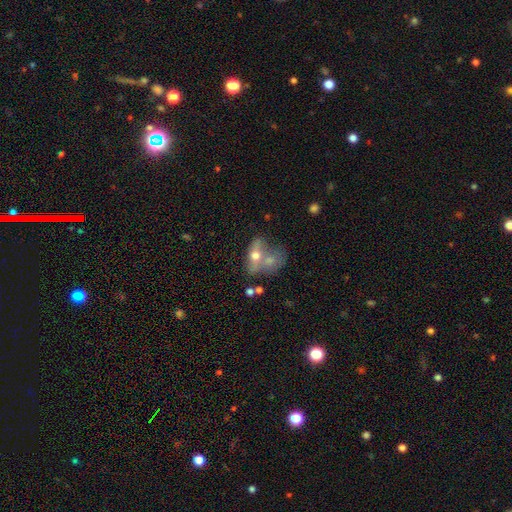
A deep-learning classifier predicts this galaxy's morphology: smooth-or-featured: smooth: 55% | featured or disk: 35% | star or artifact: 9%
  how-rounded: in between: 71% | round: 24% | cigar-shaped: 5%
  merging: merger: 63% | none: 17% | major disturbance: 11% | minor disturbance: 9%